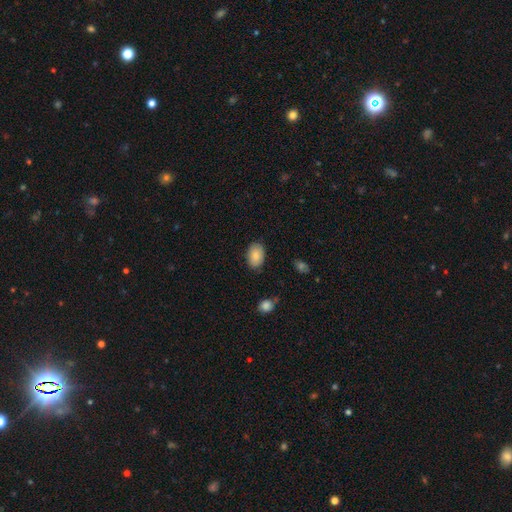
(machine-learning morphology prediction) Smooth or featured? smooth (85%)
How rounded? in between (87%)
Merging? none (84%)